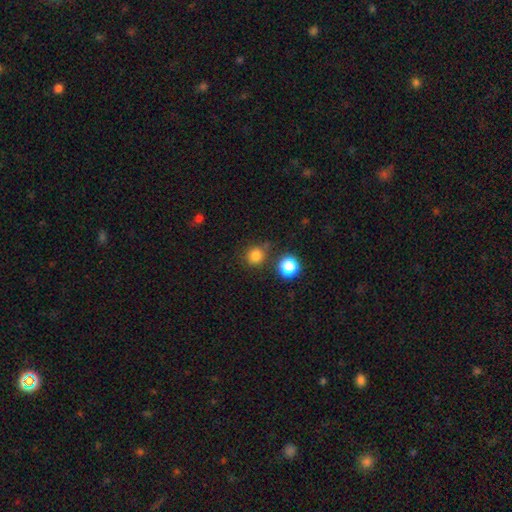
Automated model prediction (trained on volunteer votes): A smooth galaxy with no disk features (82%) that is round (89%).

Vote fractions:
- Smooth or featured? smooth: 82% / star or artifact: 14% / featured or disk: 5%
- How rounded? round: 89% / in between: 10% / cigar-shaped: 1%
- Merging? none: 75% / minor disturbance: 11% / merger: 9% / major disturbance: 4%